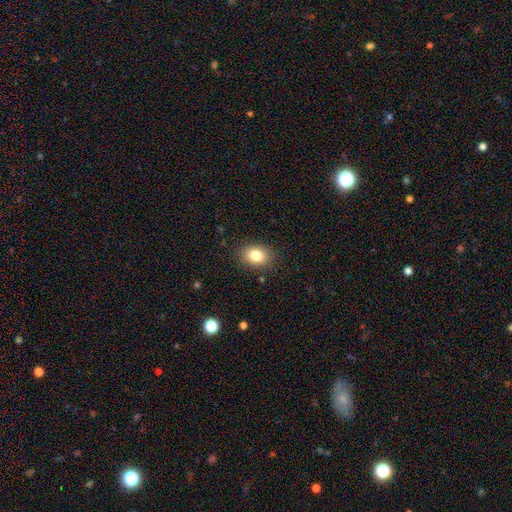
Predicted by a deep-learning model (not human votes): smooth-or-featured: smooth: 83% | star or artifact: 10% | featured or disk: 8%
  how-rounded: in between: 65% | round: 35% | cigar-shaped: 1%
  merging: none: 86% | minor disturbance: 10% | major disturbance: 3% | merger: 1%